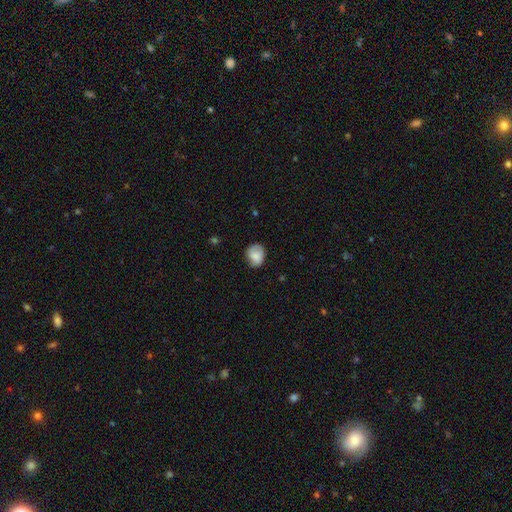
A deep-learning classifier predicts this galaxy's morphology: Smooth or featured: smooth — 74% (featured or disk — 18%)
How rounded: round — 58% (in between — 42%)
Merging: none — 70% (minor disturbance — 23%)